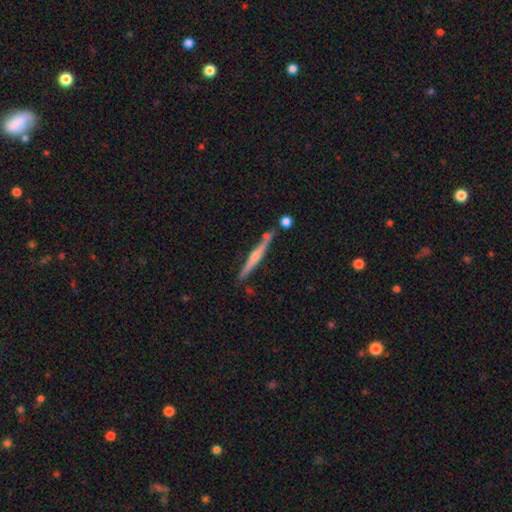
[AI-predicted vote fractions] Morphology: type=featured or disk (74%); edge-on=yes (98%); edge-on bulge=rounded (79%); merging=none (84%).